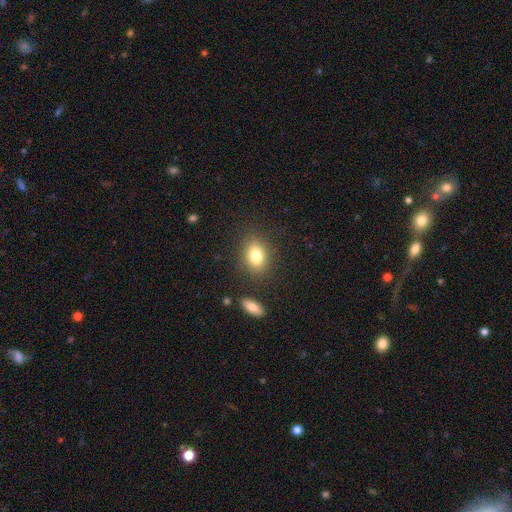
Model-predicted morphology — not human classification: smooth_or_featured: smooth (p=0.81) [alt: featured or disk p=0.09]
how_rounded: in between (p=0.71) [alt: round p=0.27]
merging: none (p=0.82) [alt: minor disturbance p=0.11]